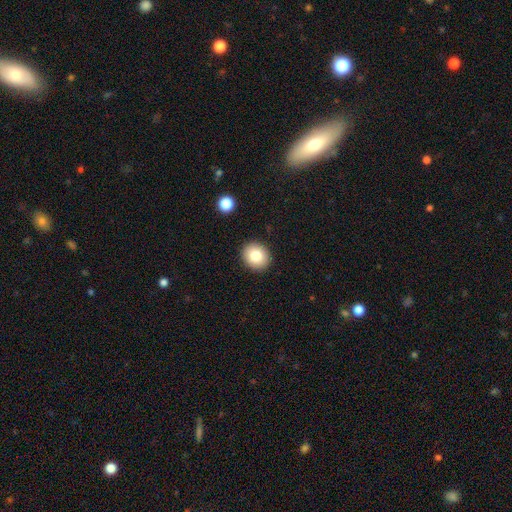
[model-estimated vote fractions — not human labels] Morphology: type=smooth (81%); roundness=round (76%); merging=none (91%).